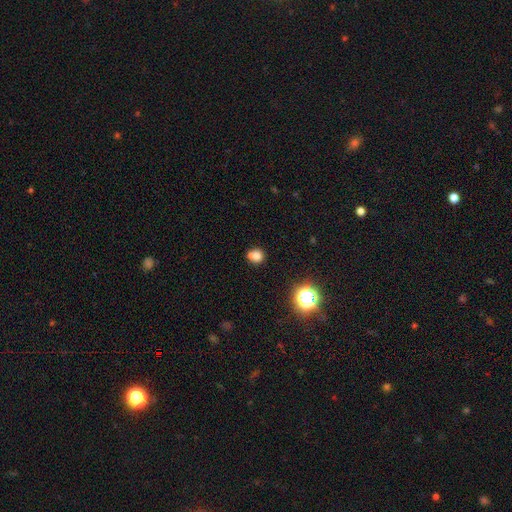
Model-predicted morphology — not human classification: A smooth galaxy with no disk features (75%) that is round (82%).

Vote fractions:
- Smooth or featured? smooth: 75% / star or artifact: 15% / featured or disk: 10%
- How rounded? round: 82% / in between: 17% / cigar-shaped: 1%
- Merging? none: 53% / merger: 31% / minor disturbance: 12% / major disturbance: 4%